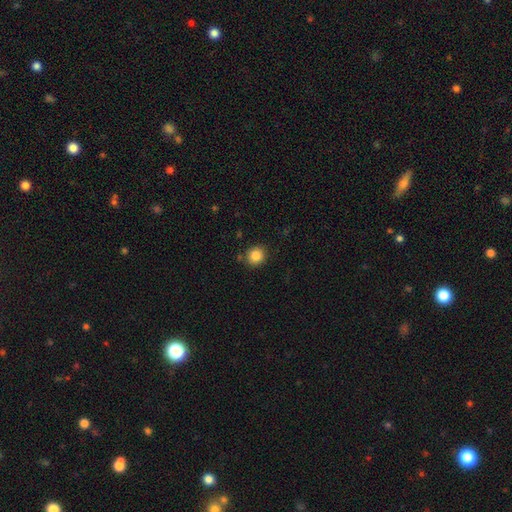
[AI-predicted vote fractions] Smooth or featured? smooth (85%)
How rounded? round (87%)
Merging? none (85%)